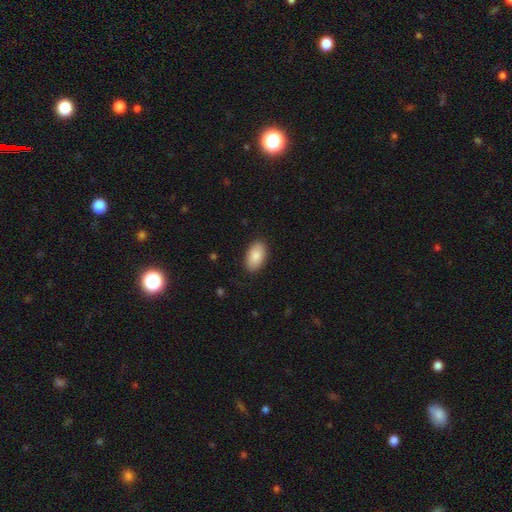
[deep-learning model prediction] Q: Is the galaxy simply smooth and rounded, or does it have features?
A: smooth — 88%.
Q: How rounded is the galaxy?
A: in between — 95%.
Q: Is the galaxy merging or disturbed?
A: none — 87%.